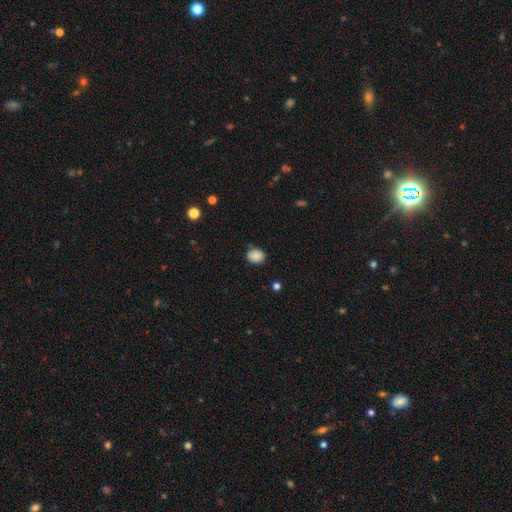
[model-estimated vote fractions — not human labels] Overall: smooth (85%). How rounded: round (51%; in between 48%). Merging: none (76%).